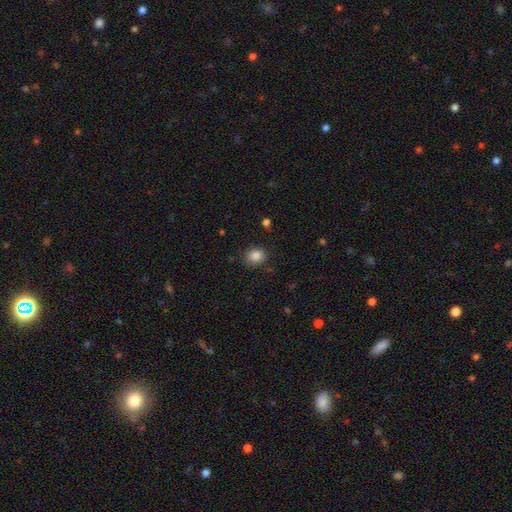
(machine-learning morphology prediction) Overall: smooth (85%). How rounded: round (72%). Merging: none (80%).